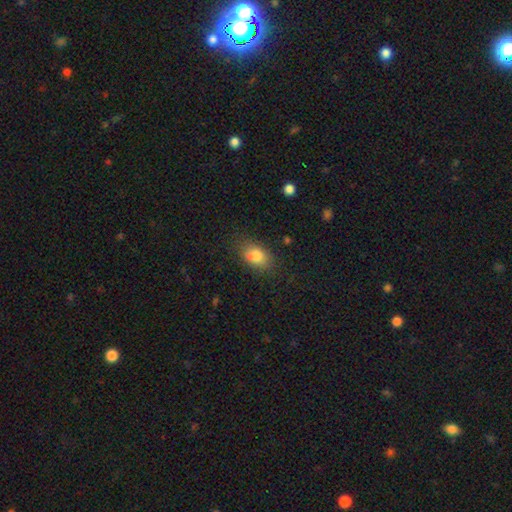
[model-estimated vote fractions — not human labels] smooth 82%, featured or disk 9%, star or artifact 9%. Down the decision tree: how rounded — in between (84%); merging — none (76%).